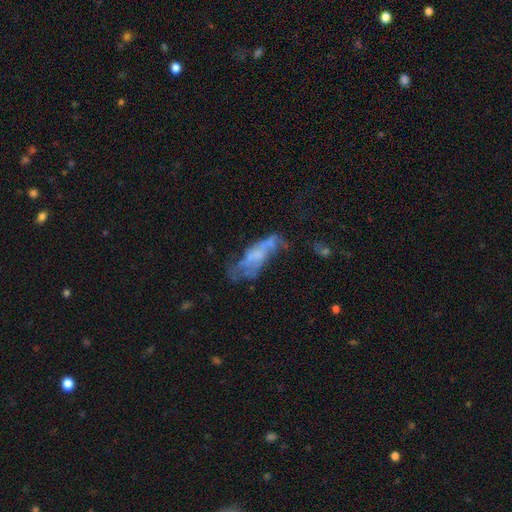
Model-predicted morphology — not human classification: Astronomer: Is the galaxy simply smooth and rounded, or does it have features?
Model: featured or disk — 57%.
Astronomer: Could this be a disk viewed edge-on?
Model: no — 88%.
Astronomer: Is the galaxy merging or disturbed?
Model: major disturbance — 33% (runner-up: none, 32%).